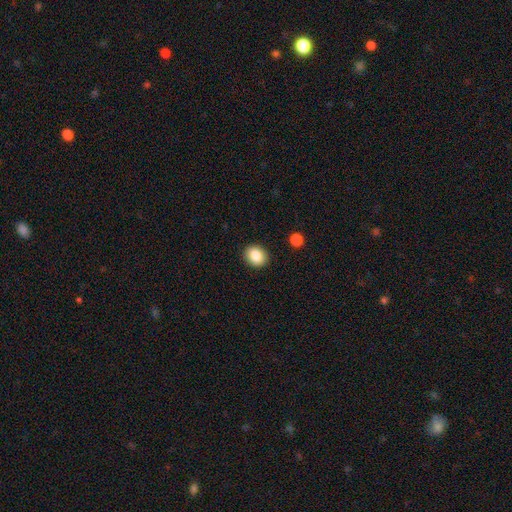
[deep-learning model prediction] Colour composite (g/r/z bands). It shows a smooth galaxy with no disk features (86%) that is round (68%). Merging: none (90%).